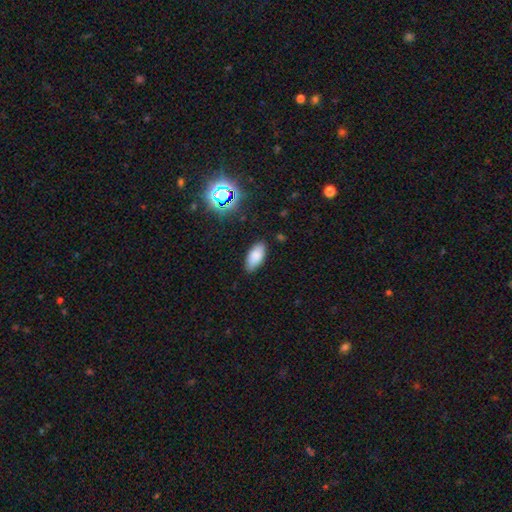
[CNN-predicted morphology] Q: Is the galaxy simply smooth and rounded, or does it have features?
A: smooth — 82%.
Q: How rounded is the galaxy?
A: in between — 91%.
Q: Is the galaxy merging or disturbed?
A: none — 85%.